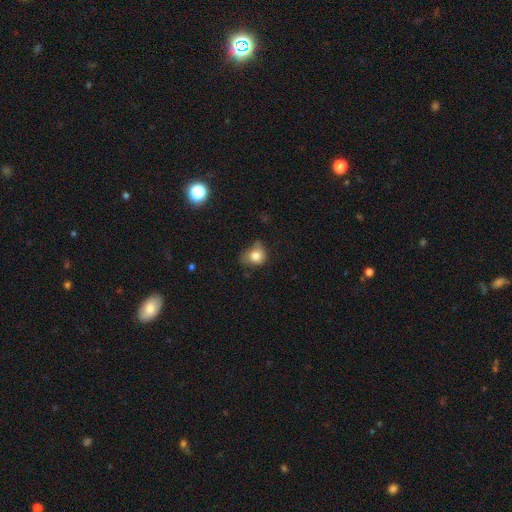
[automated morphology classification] Overall: smooth (77%). How rounded: round (59%; in between 40%). Merging: minor disturbance (38%; none 37%).